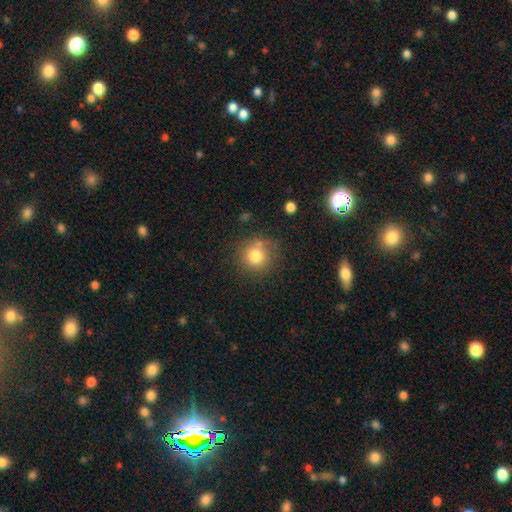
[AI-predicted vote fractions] This appears to be a smooth galaxy with no disk features (79%) that is round (91%). Merging: none (74%).